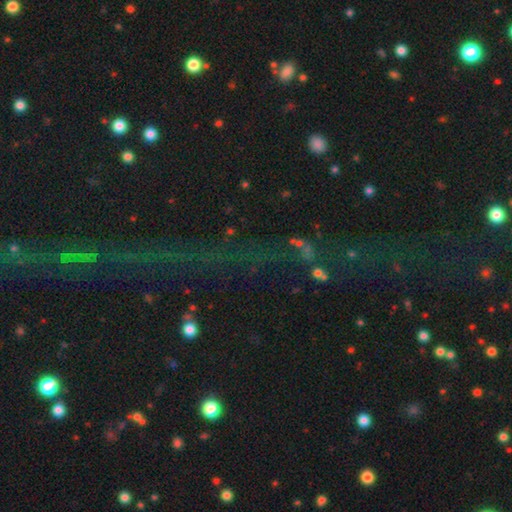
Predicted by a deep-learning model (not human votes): star or artifact 72%, featured or disk 14%, smooth 14%.